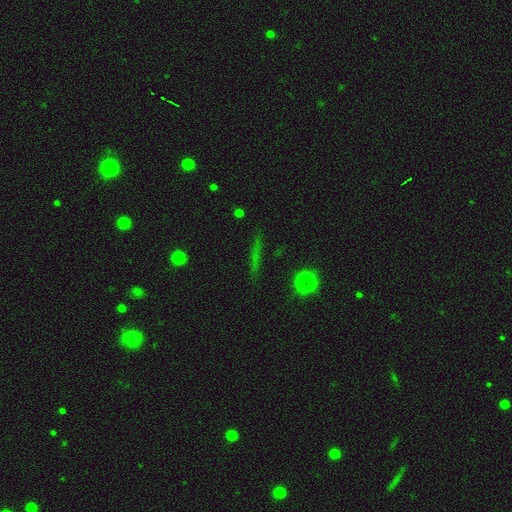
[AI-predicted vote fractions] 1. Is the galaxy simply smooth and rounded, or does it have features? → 37% smooth, 33% star or artifact, 30% featured or disk.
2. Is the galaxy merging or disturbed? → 85% none, 8% minor disturbance, 4% major disturbance, 3% merger.